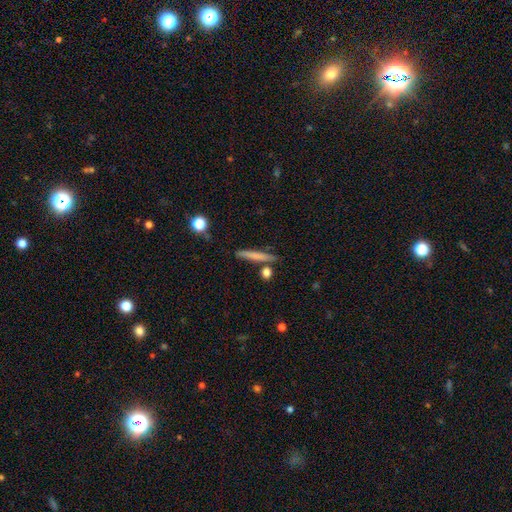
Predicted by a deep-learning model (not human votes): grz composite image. It shows a smooth galaxy with no disk features (65%) that is cigar-shaped (92%). Merging: none (79%).